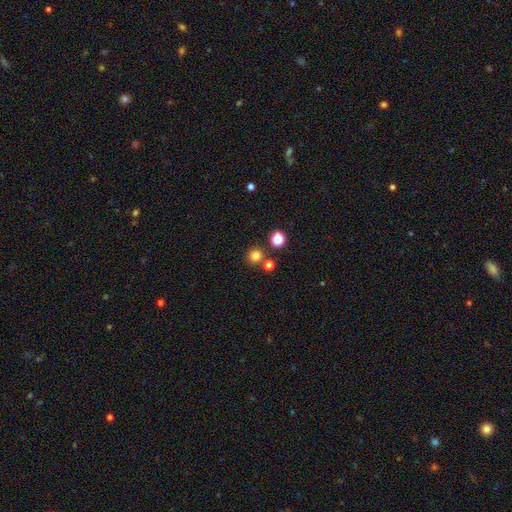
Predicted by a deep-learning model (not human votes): The model was most divided on "smooth or featured": smooth: 79%, star or artifact: 16%, featured or disk: 5%. More confident: how rounded — round (92%); merging — none (78%).